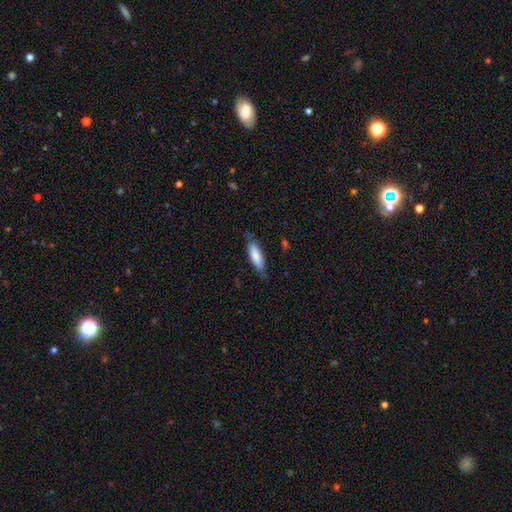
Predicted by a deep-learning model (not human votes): This is likely a smooth galaxy (78%). How rounded: possibly cigar-shaped (56%). Merging: likely none (74%).